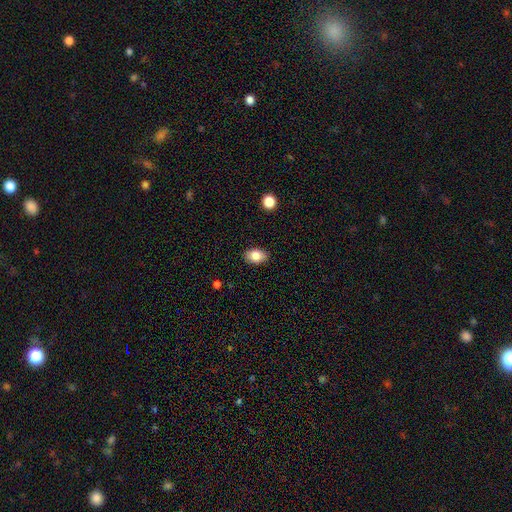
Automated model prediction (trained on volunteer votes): Smooth or featured?
  - smooth: 83% *
  - featured or disk: 9%
  - star or artifact: 8%
How rounded?
  - in between: 86% *
  - round: 13%
  - cigar-shaped: 1%
Merging?
  - none: 88% *
  - minor disturbance: 9%
  - major disturbance: 2%
  - merger: 1%